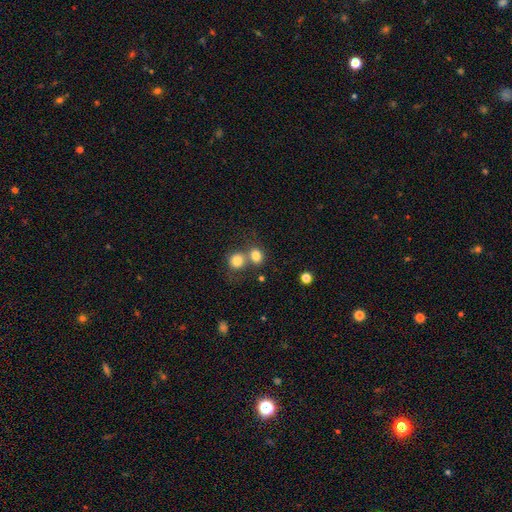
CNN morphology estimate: Overall: smooth (80%). How rounded: round (71%). Merging: merger (44%, tied with none).